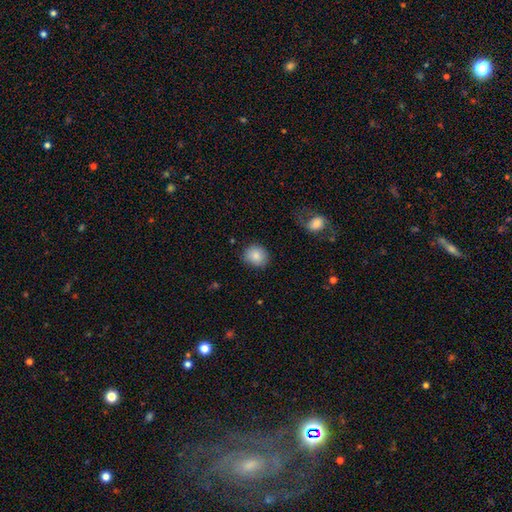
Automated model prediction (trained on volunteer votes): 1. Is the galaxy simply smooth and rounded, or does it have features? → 85% smooth, 8% star or artifact, 6% featured or disk.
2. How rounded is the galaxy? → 70% round, 29% in between, 1% cigar-shaped.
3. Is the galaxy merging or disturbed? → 81% none, 14% minor disturbance, 4% major disturbance, 2% merger.